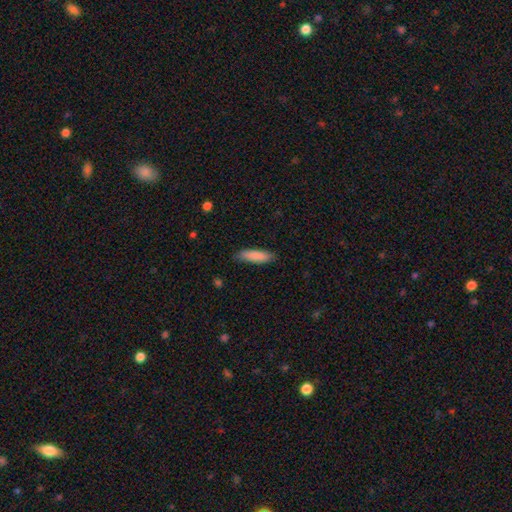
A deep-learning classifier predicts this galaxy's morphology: smooth_or_featured: smooth (p=0.87) [alt: featured or disk p=0.07]
how_rounded: cigar-shaped (p=0.64) [alt: in between p=0.35]
merging: none (p=0.84) [alt: minor disturbance p=0.13]